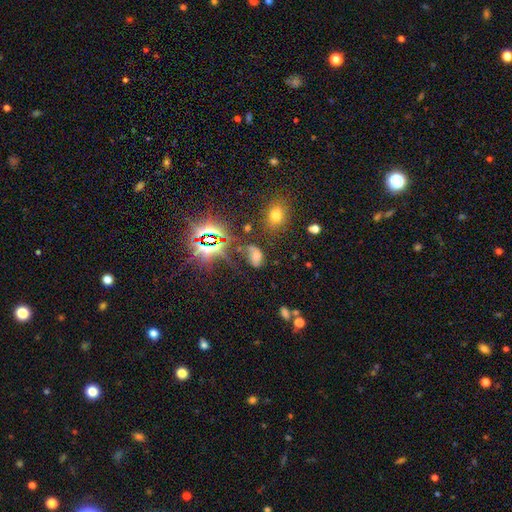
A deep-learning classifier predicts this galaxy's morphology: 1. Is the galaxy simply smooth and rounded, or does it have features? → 40% smooth, 36% star or artifact, 24% featured or disk.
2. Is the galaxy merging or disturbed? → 50% none, 24% minor disturbance, 18% major disturbance, 8% merger.